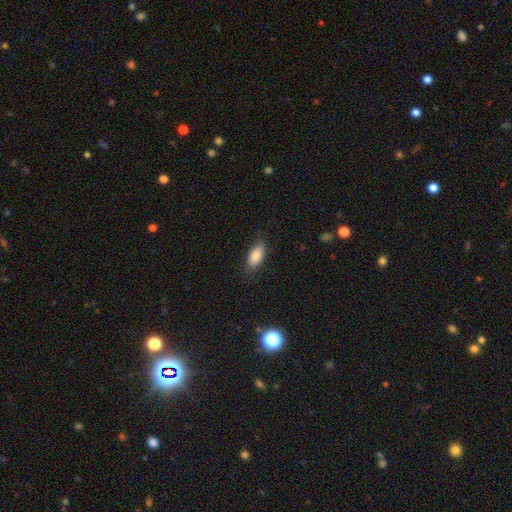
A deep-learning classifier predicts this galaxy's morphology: Smooth or featured: smooth — 85% (featured or disk — 9%)
How rounded: in between — 86% (cigar-shaped — 11%)
Merging: none — 82% (minor disturbance — 14%)